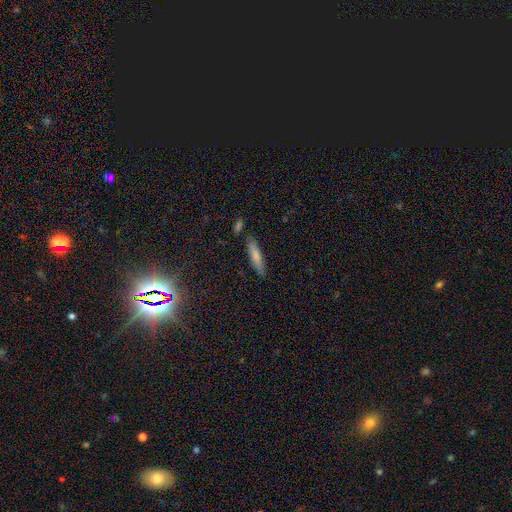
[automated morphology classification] smooth 75%, featured or disk 18%, star or artifact 7%. Down the decision tree: how rounded — cigar-shaped (80%); merging — none (83%).